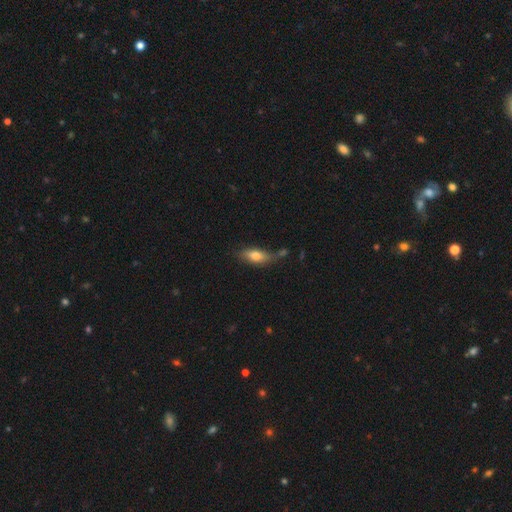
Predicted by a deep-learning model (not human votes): Smooth or featured: smooth — 70% (featured or disk — 22%)
How rounded: in between — 70% (cigar-shaped — 26%)
Merging: none — 60% (minor disturbance — 22%)